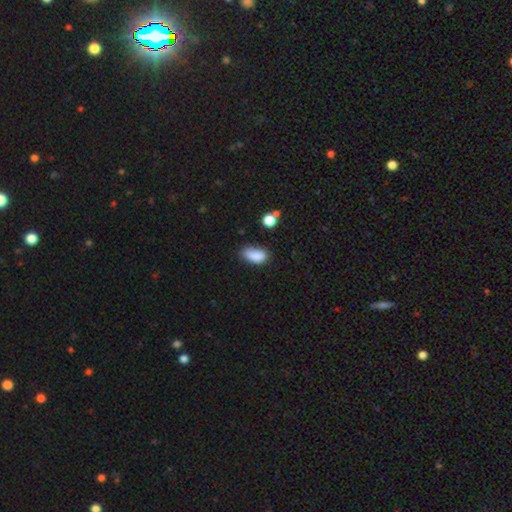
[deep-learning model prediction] smooth-or-featured: smooth: 84% | star or artifact: 9% | featured or disk: 7%
  how-rounded: in between: 89% | round: 6% | cigar-shaped: 5%
  merging: none: 56% | minor disturbance: 31% | major disturbance: 8% | merger: 5%